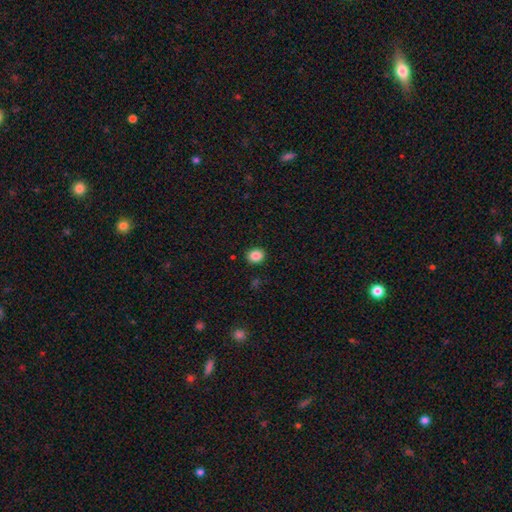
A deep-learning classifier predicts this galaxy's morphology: Q: Smooth or featured?
A: smooth (86%); runner-up: star or artifact (10%)
Q: How rounded?
A: round (65%); runner-up: in between (34%)
Q: Merging?
A: none (90%); runner-up: minor disturbance (7%)